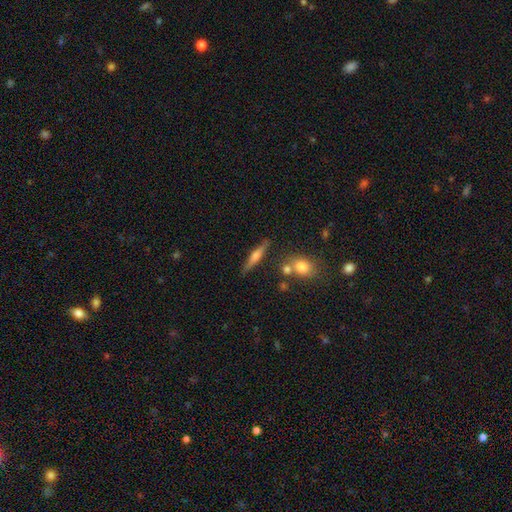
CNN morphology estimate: featured or disk 54%, smooth 39%, star or artifact 8%. Down the decision tree: edge-on disk — yes (94%); edge-on bulge — rounded (81%); merging — none (79%).